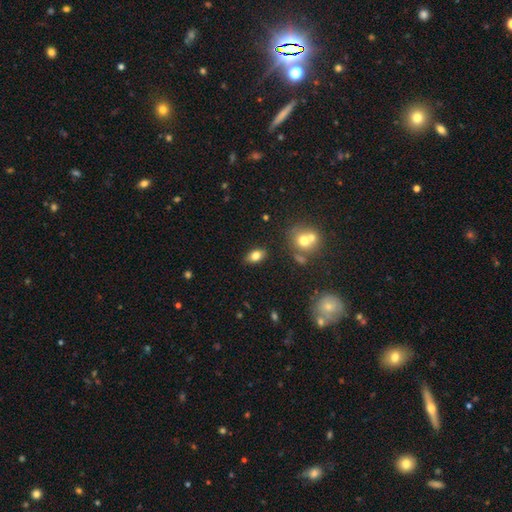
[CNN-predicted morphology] smooth 79%, featured or disk 11%, star or artifact 10%. Down the decision tree: how rounded — in between (86%); merging — none (82%).